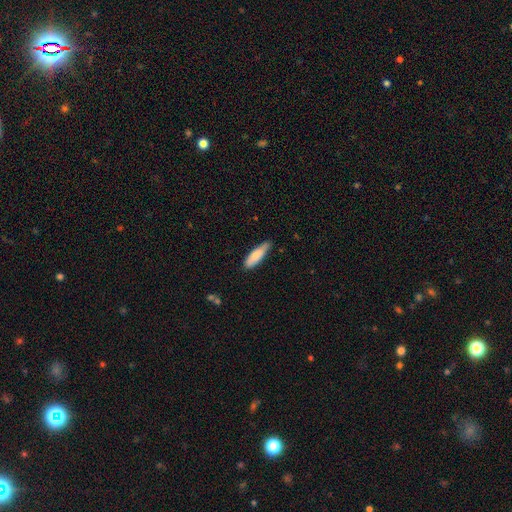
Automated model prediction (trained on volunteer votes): Smooth or featured: smooth — 79% (featured or disk — 15%)
How rounded: cigar-shaped — 58% (in between — 40%)
Merging: none — 69% (minor disturbance — 26%)